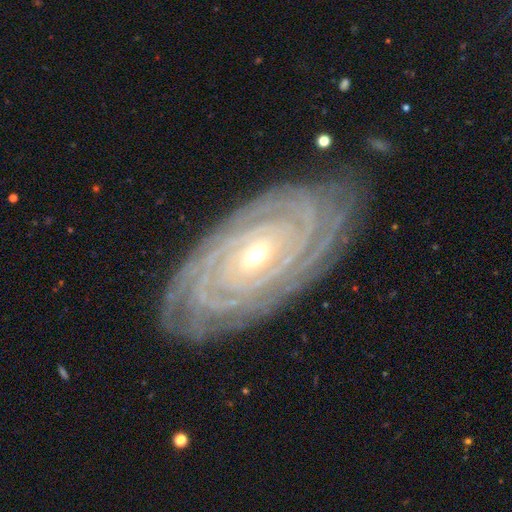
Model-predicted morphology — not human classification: smooth-or-featured: featured or disk: 91% | star or artifact: 5% | smooth: 4%
  disk-edge-on: no: 95% | yes: 5%
    bar: no: 52% | weak: 27% | strong: 20%
    has-spiral-arms: yes: 98% | no: 2%
      spiral-winding: tight: 91% | medium: 7% | loose: 2%
      spiral-arm-count: can't tell: 22% | 4: 19% | more than 4: 18% | 2: 17% | 3: 16% | 1: 8%
    bulge-size: small: 52% | moderate: 45% | large: 2% | dominant: 1% | none: 1%
  merging: none: 85% | minor disturbance: 11% | major disturbance: 3% | merger: 1%